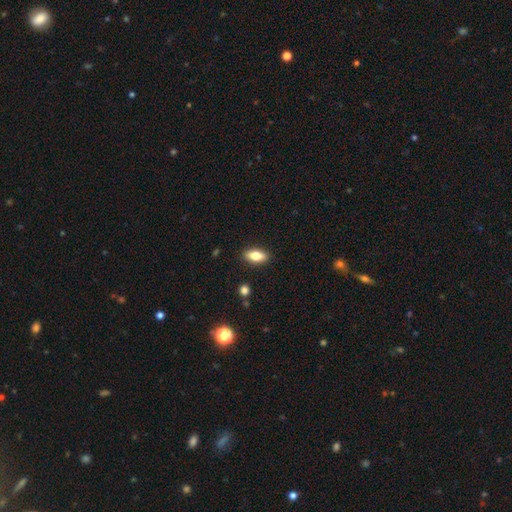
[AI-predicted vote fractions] Morphology: type=smooth (77%); roundness=in between (84%); merging=none (89%).